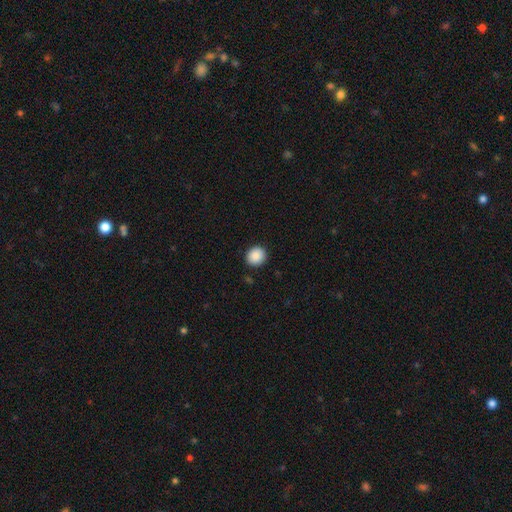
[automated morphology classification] Smooth or featured? smooth (89%)
How rounded? round (85%)
Merging? none (90%)